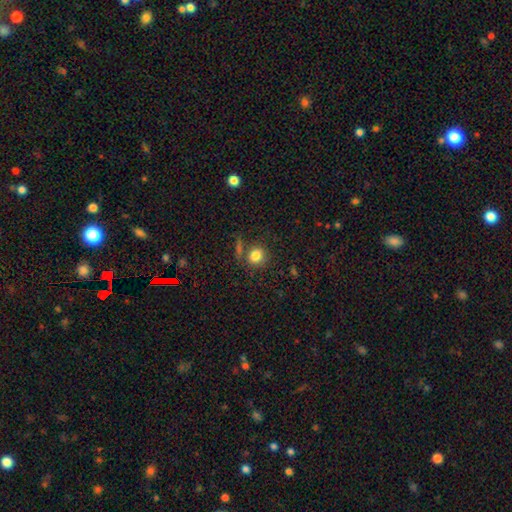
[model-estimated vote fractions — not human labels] smooth-or-featured: smooth: 82% | star or artifact: 11% | featured or disk: 7%
  how-rounded: round: 80% | in between: 19% | cigar-shaped: 1%
  merging: none: 73% | minor disturbance: 11% | merger: 11% | major disturbance: 4%